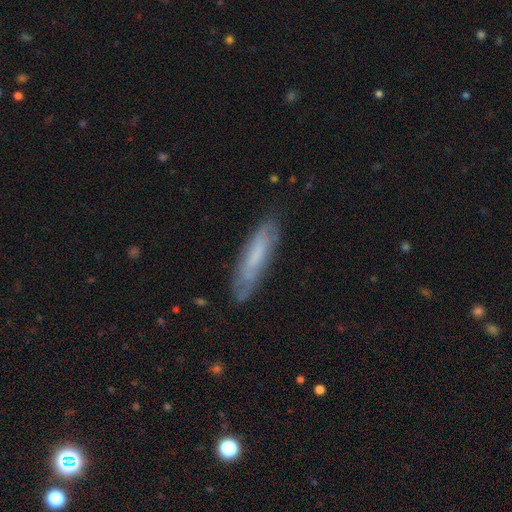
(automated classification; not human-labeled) Smooth or featured? Predicted: smooth (p=0.55). How rounded? Predicted: cigar-shaped (p=0.75). Merging? Predicted: none (p=0.78).